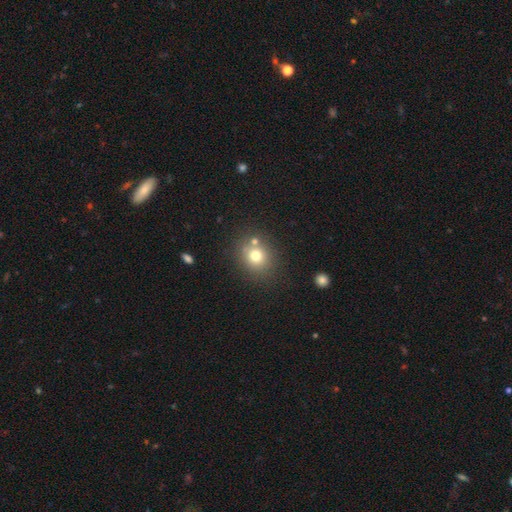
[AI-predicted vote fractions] This is likely a smooth galaxy (73%). How rounded: likely round (77%). Merging: likely none (71%).